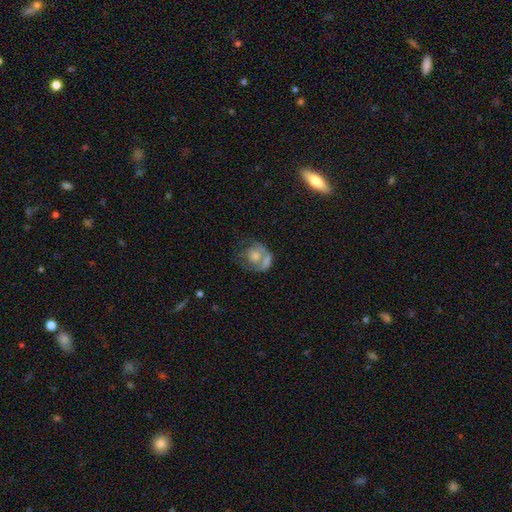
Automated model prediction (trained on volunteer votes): smooth_or_featured: featured or disk (p=0.53) [alt: smooth p=0.38]
disk_edge_on: no (p=0.95) [alt: yes p=0.05]
bar: no (p=0.85) [alt: weak p=0.12]
has_spiral_arms: no (p=0.58) [alt: yes p=0.42]
bulge_size: moderate (p=0.52) [alt: small p=0.19]
merging: none (p=0.38) [alt: merger p=0.23]